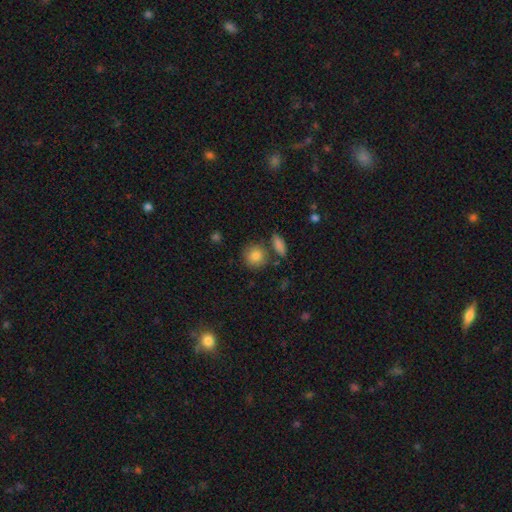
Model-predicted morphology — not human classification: type=smooth (84%); roundness=round (85%); merging=none (74%).